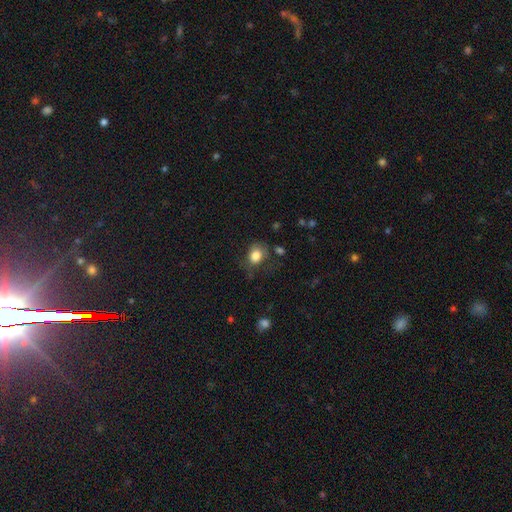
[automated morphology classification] smooth 82%, star or artifact 9%, featured or disk 9%. Down the decision tree: how rounded — in between (55%); merging — none (61%).